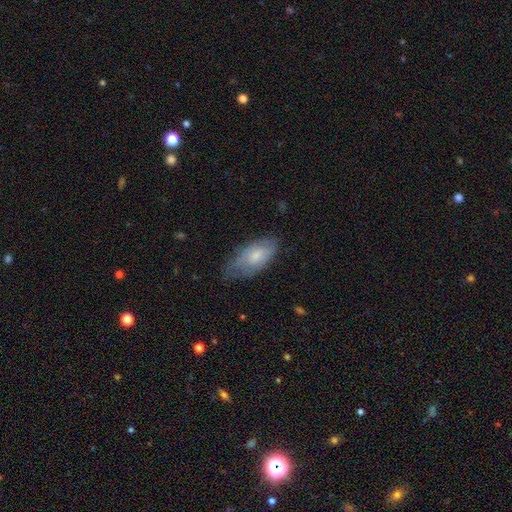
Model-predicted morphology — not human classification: The model was most divided on "merging": none: 52%, minor disturbance: 36%, major disturbance: 11%, merger: 1%. More confident: how rounded — in between (91%); smooth or featured — smooth (65%).